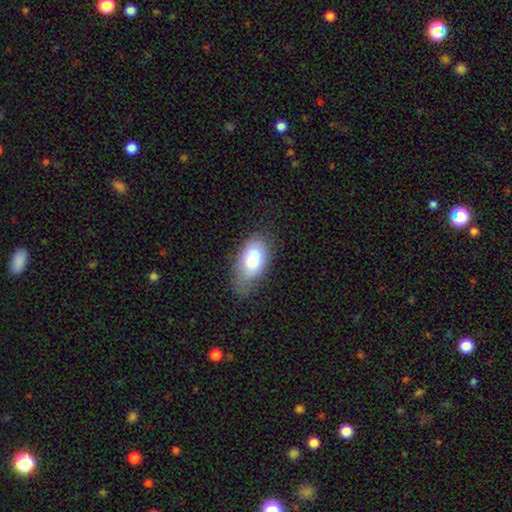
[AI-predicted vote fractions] The model was most divided on "merging": none: 52%, minor disturbance: 31%, major disturbance: 12%, merger: 4%. More confident: how rounded — in between (92%); smooth or featured — smooth (75%).